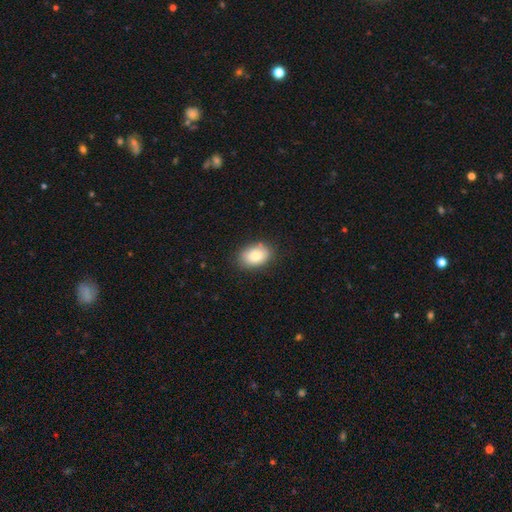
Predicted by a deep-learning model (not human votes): Smooth or featured? Predicted: smooth (p=0.84). How rounded? Predicted: in between (p=0.82). Merging? Predicted: none (p=0.83).